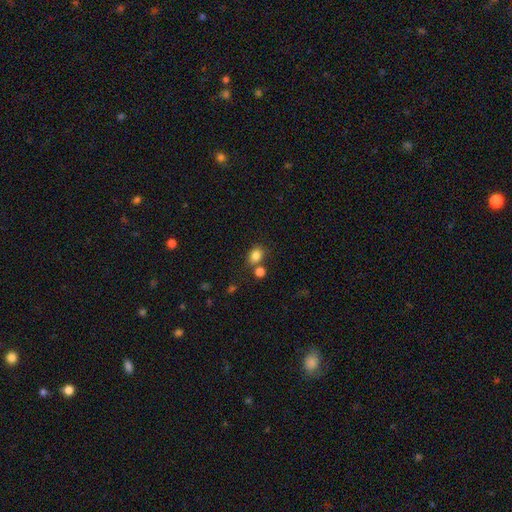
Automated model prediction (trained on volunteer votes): Smooth or featured: smooth — 83% (star or artifact — 11%)
How rounded: in between — 59% (round — 40%)
Merging: none — 65% (merger — 19%)